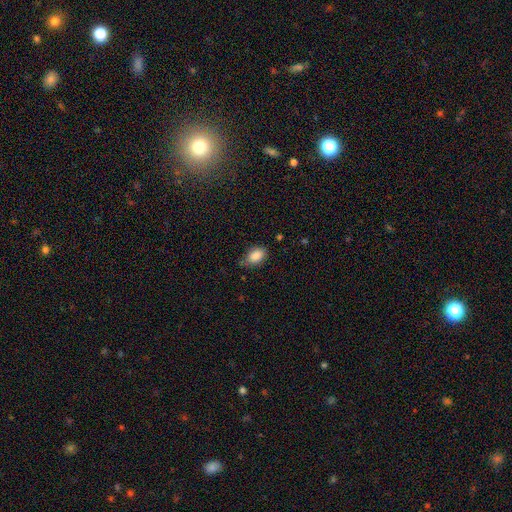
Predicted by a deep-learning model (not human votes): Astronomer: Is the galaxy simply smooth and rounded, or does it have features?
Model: smooth — 85%.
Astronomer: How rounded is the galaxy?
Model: in between — 86%.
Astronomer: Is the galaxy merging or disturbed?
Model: none — 72%.